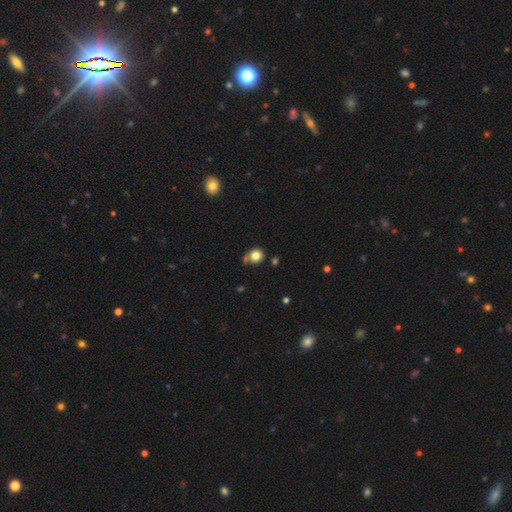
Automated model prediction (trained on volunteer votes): smooth-or-featured: smooth: 82% | star or artifact: 11% | featured or disk: 7%
  how-rounded: round: 84% | in between: 15% | cigar-shaped: 1%
  merging: none: 65% | minor disturbance: 17% | merger: 12% | major disturbance: 5%